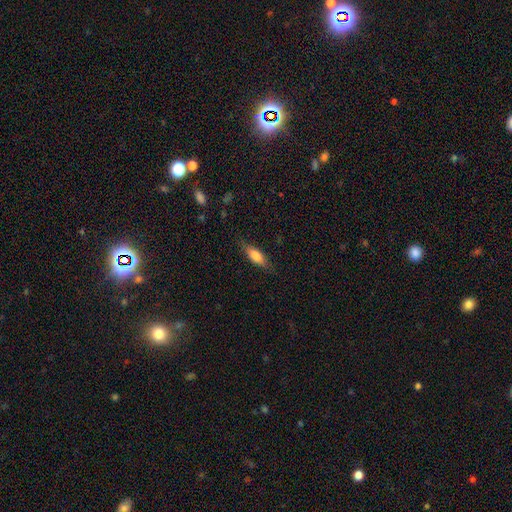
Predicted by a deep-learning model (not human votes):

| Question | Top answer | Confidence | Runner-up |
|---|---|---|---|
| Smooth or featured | smooth | 74% | featured or disk (19%) |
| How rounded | in between | 61% | cigar-shaped (37%) |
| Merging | none | 79% | minor disturbance (16%) |